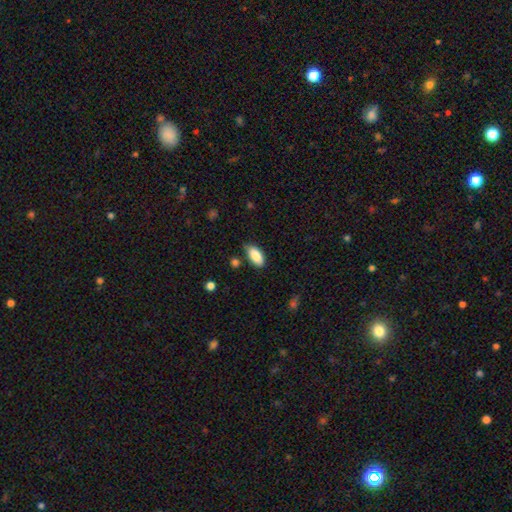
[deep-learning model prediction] Overall: smooth (87%). How rounded: in between (91%). Merging: none (71%).